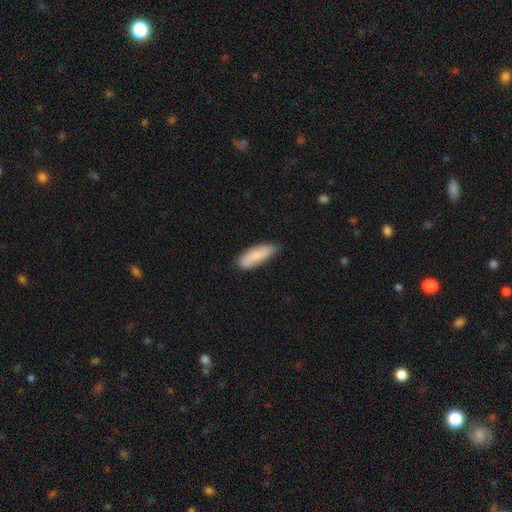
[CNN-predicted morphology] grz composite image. It shows a smooth galaxy with no disk features (78%) that is in between round and cigar-shaped (60%). Merging: none (72%).